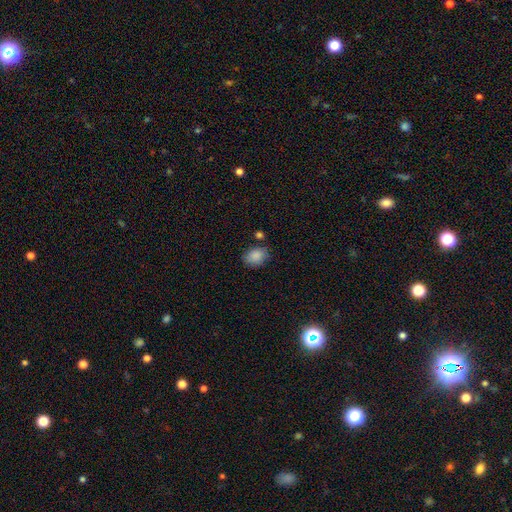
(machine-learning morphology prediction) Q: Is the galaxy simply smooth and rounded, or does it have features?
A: smooth — 87%.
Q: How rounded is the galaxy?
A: in between — 59%.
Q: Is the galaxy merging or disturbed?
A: none — 73%.